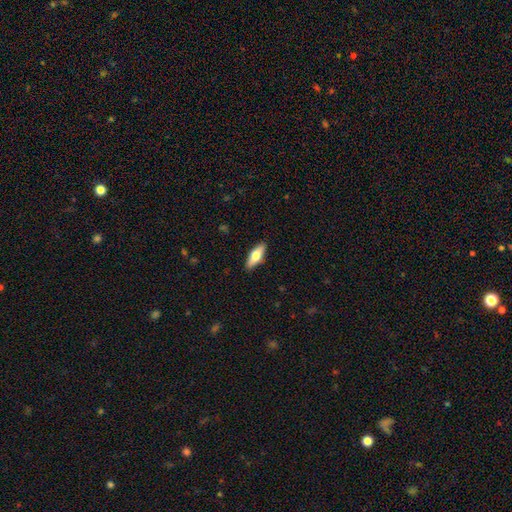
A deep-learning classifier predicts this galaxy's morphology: A smooth galaxy with no disk features (66%) that is in between round and cigar-shaped (66%).

Vote fractions:
- Smooth or featured? smooth: 66% / featured or disk: 28% / star or artifact: 6%
- How rounded? in between: 66% / cigar-shaped: 32% / round: 2%
- Merging? none: 89% / minor disturbance: 8% / major disturbance: 2% / merger: 1%